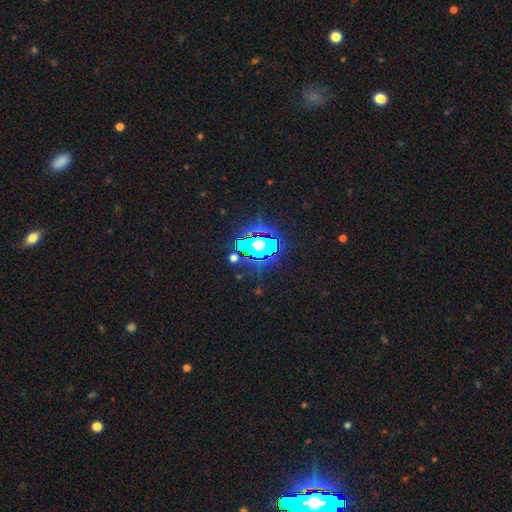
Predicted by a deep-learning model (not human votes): star or artifact 83%, smooth 10%, featured or disk 7%.